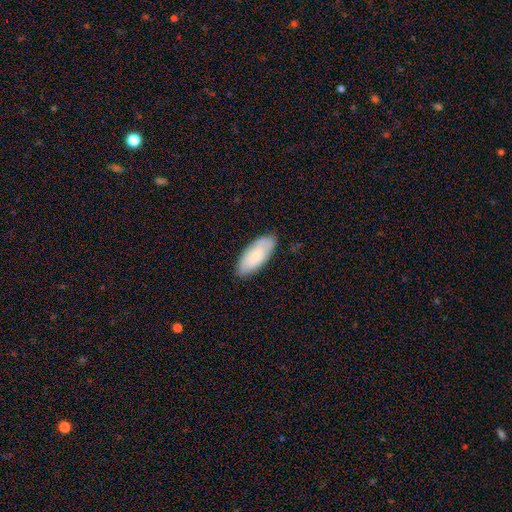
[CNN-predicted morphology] smooth 77%, featured or disk 17%, star or artifact 6%. Down the decision tree: how rounded — in between (86%); merging — none (84%).